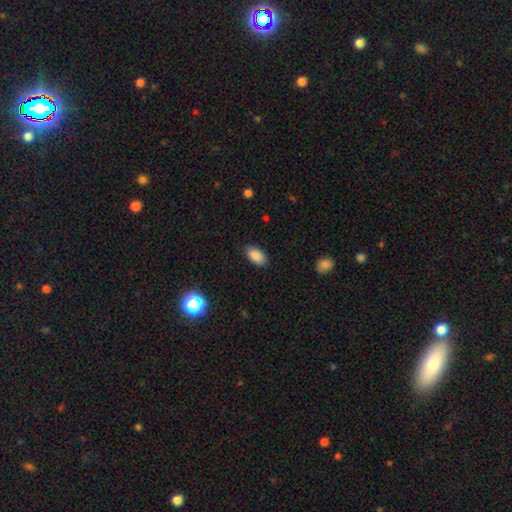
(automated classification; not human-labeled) Smooth or featured: smooth — 88% (star or artifact — 8%)
How rounded: in between — 93% (round — 4%)
Merging: none — 86% (minor disturbance — 10%)